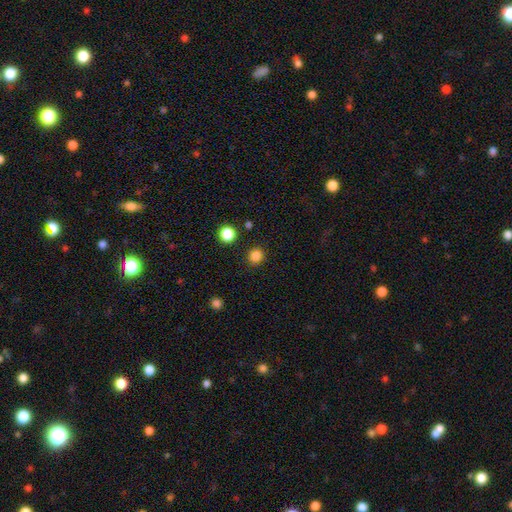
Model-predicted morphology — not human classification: Smooth or featured?
  - smooth: 84% *
  - star or artifact: 13%
  - featured or disk: 3%
How rounded?
  - round: 89% *
  - in between: 10%
  - cigar-shaped: 1%
Merging?
  - none: 89% *
  - minor disturbance: 6%
  - major disturbance: 2%
  - merger: 2%